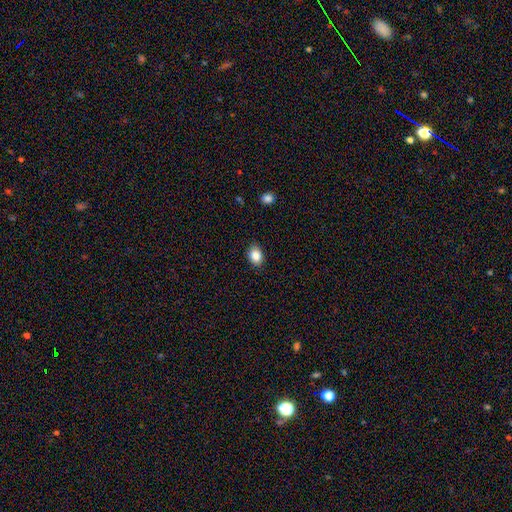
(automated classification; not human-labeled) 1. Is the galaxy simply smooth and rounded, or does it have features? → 86% smooth, 9% star or artifact, 5% featured or disk.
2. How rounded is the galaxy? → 64% in between, 35% round, 1% cigar-shaped.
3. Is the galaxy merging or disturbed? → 86% none, 10% minor disturbance, 2% major disturbance, 1% merger.